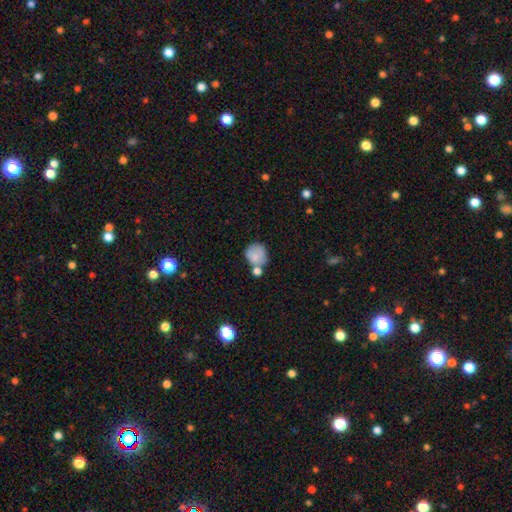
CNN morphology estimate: A smooth galaxy with no disk features (78%) that is round (79%).

Vote fractions:
- Smooth or featured? smooth: 78% / featured or disk: 14% / star or artifact: 8%
- How rounded? round: 79% / in between: 20% / cigar-shaped: 1%
- Merging? none: 44% / merger: 31% / minor disturbance: 18% / major disturbance: 7%